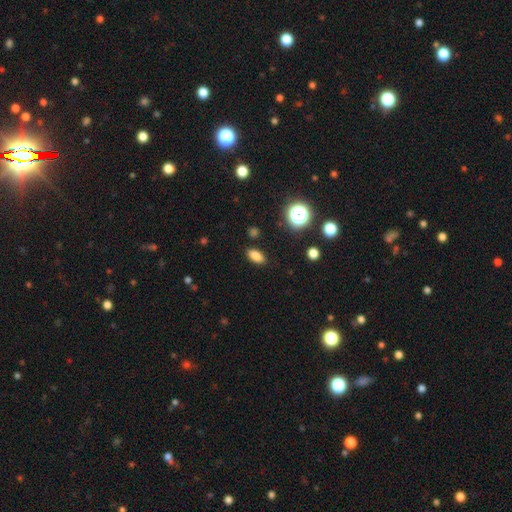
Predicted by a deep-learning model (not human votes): This appears to be a smooth galaxy with no disk features (81%) that is in between round and cigar-shaped (86%). Merging: none (88%).